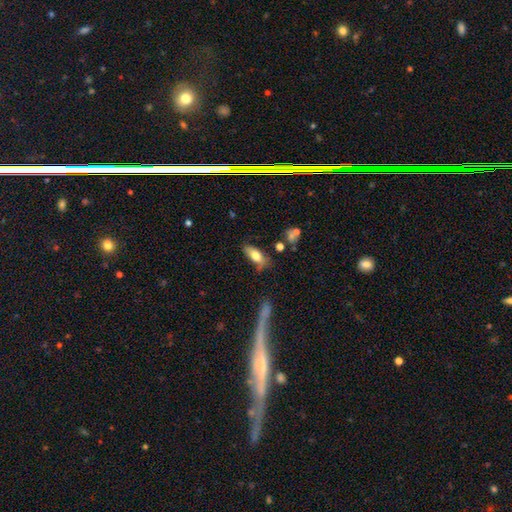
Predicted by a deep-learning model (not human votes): smooth 73%, featured or disk 20%, star or artifact 7%. Down the decision tree: how rounded — in between (77%); merging — none (61%).